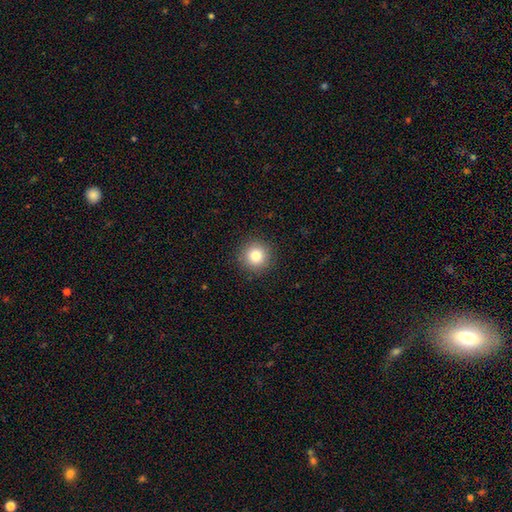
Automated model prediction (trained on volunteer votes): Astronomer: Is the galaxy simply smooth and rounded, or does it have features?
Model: smooth — 82%.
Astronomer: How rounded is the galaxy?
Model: round — 95%.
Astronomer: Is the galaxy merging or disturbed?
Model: none — 91%.